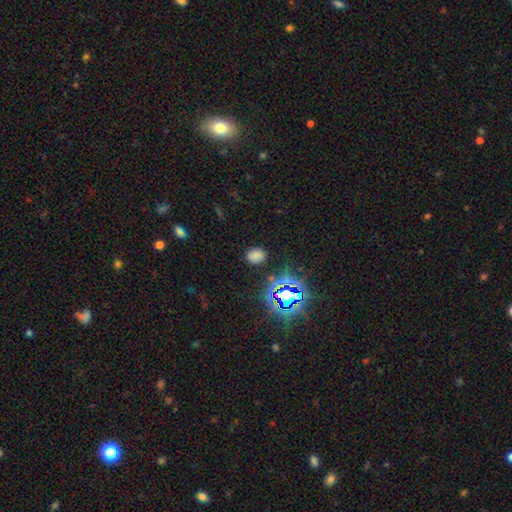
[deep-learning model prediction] Morphology: type=smooth (68%); roundness=in between (66%); merging=none (82%).